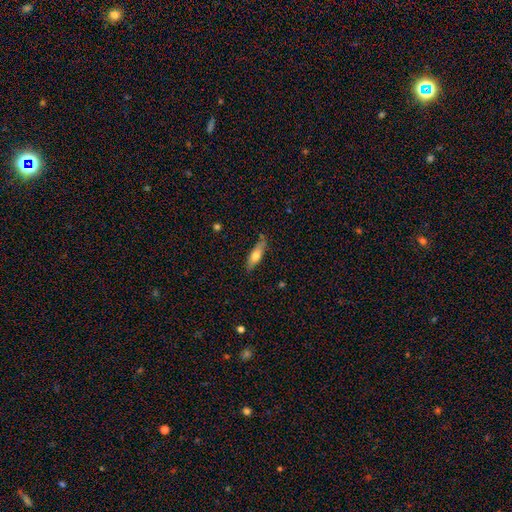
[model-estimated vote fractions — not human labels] Q: Smooth or featured?
A: smooth (61%); runner-up: featured or disk (32%)
Q: How rounded?
A: cigar-shaped (55%); runner-up: in between (42%)
Q: Merging?
A: none (76%); runner-up: minor disturbance (18%)